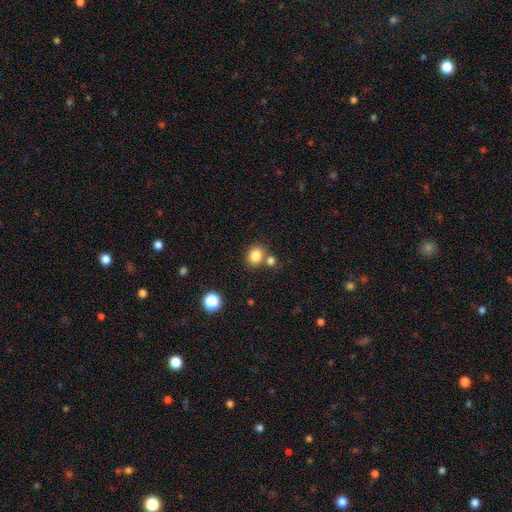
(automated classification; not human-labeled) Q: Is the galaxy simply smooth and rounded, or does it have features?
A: smooth — 83%.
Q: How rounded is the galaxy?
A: round — 69%.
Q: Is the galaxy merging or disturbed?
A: none — 68%.